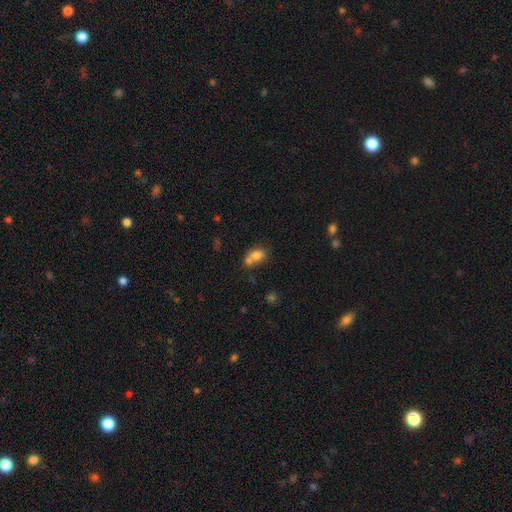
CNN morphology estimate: Smooth or featured?
  - smooth: 75% *
  - featured or disk: 14%
  - star or artifact: 11%
How rounded?
  - in between: 64% *
  - round: 34%
  - cigar-shaped: 2%
Merging?
  - merger: 47% *
  - none: 33%
  - minor disturbance: 14%
  - major disturbance: 6%